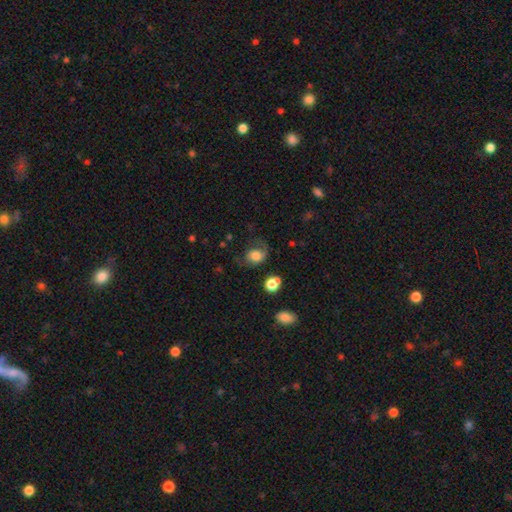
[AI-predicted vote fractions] This appears to be a smooth galaxy with no disk features (63%) that is round (52%). Merging: none (42%).